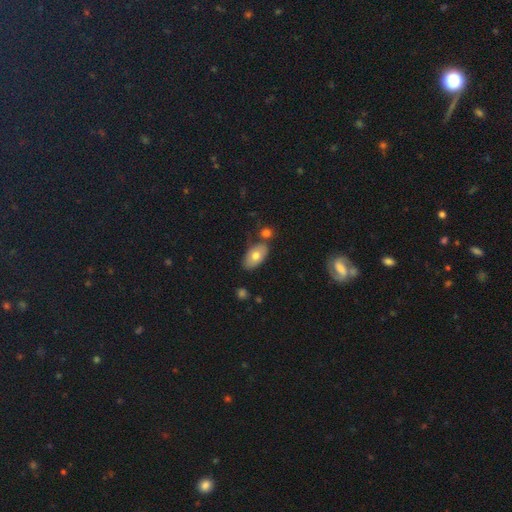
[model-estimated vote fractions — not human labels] Smooth or featured? smooth (72%)
How rounded? in between (93%)
Merging? none (66%)